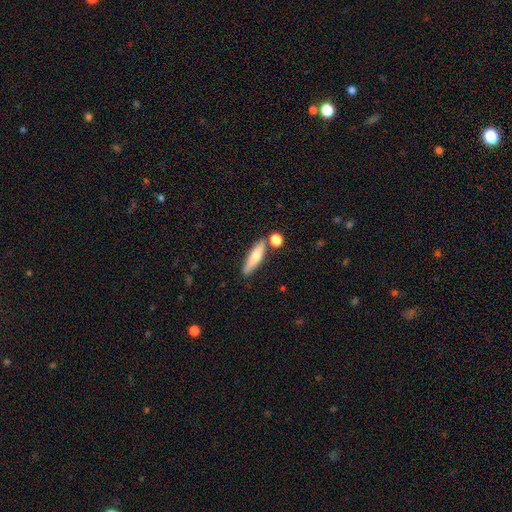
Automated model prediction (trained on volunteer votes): Smooth or featured? Predicted: smooth (p=0.66). How rounded? Predicted: cigar-shaped (p=0.74). Merging? Predicted: none (p=0.73).